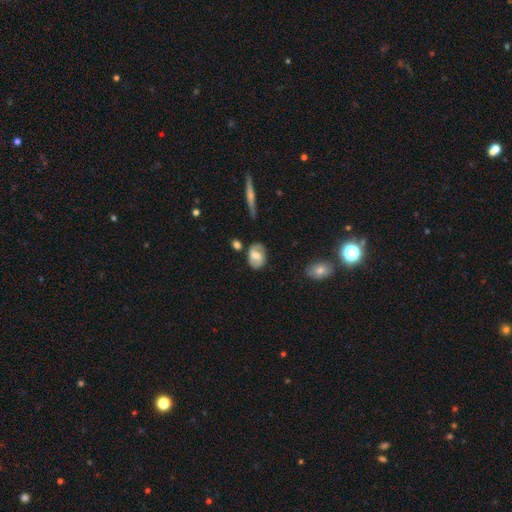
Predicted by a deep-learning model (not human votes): Morphology: type=featured or disk (52%); edge-on=no (93%); merging=none (76%).